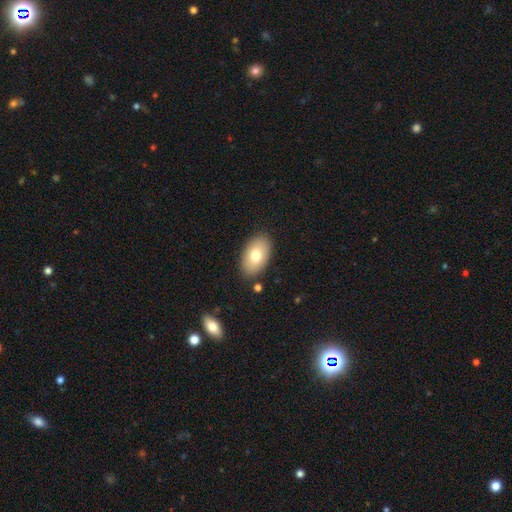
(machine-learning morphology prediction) smooth_or_featured: smooth (p=0.76) [alt: featured or disk p=0.17]
how_rounded: in between (p=0.93) [alt: round p=0.05]
merging: none (p=0.86) [alt: minor disturbance p=0.10]